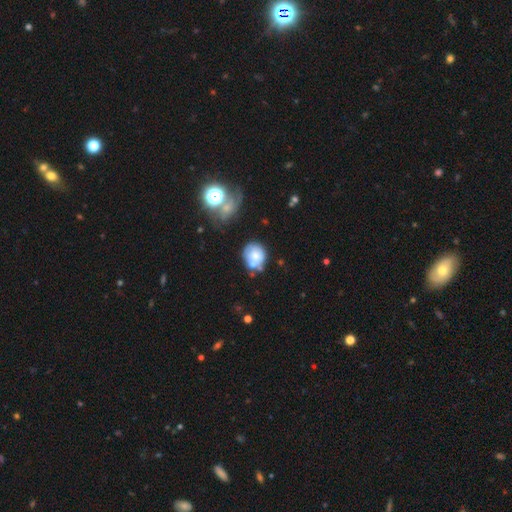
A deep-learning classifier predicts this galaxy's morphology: This is likely a smooth galaxy (61%). How rounded: likely round (70%). Merging: possibly none (46%).